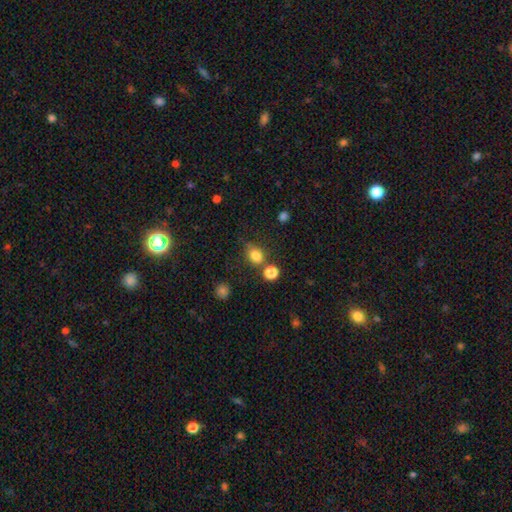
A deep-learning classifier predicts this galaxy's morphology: smooth 80%, star or artifact 13%, featured or disk 6%. Down the decision tree: how rounded — round (59%); merging — none (63%).